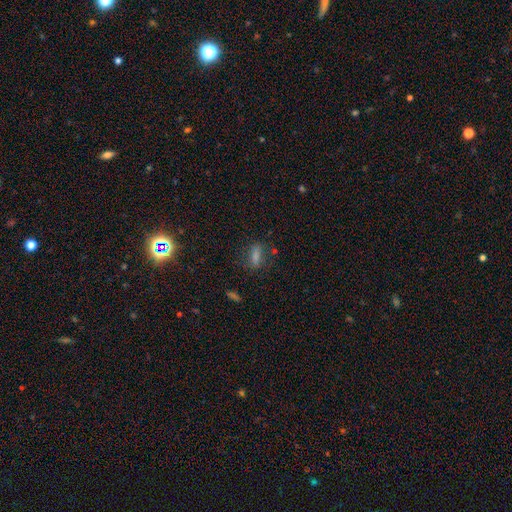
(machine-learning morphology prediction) smooth 53%, star or artifact 28%, featured or disk 19%. Down the decision tree: how rounded — cigar-shaped (48%); merging — none (76%).